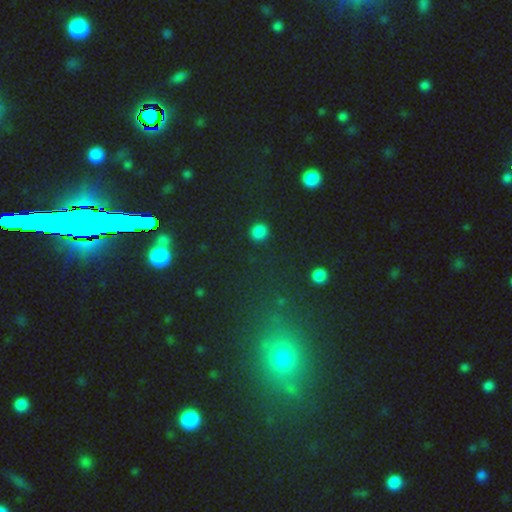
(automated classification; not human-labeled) Smooth or featured?
  - star or artifact: 56% *
  - smooth: 32%
  - featured or disk: 12%